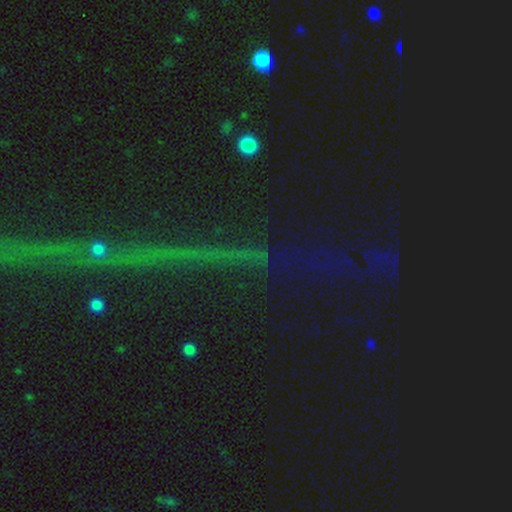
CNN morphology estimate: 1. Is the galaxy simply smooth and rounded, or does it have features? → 75% star or artifact, 13% featured or disk, 12% smooth.